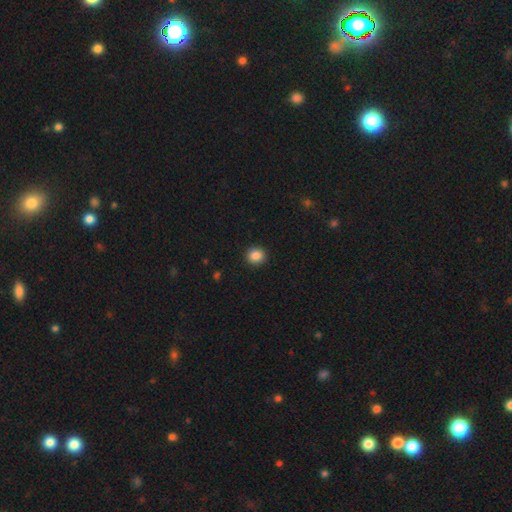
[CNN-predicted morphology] Smooth or featured? Predicted: smooth (p=0.86). How rounded? Predicted: round (p=0.92). Merging? Predicted: none (p=0.92).